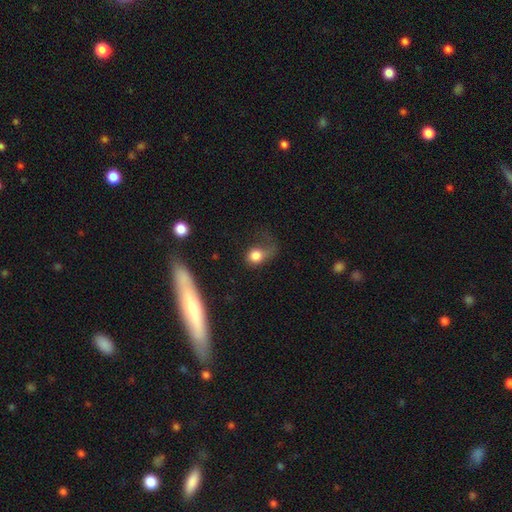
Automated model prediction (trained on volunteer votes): This is likely a smooth galaxy (75%). How rounded: likely round (64%). Merging: possibly major disturbance (47%).